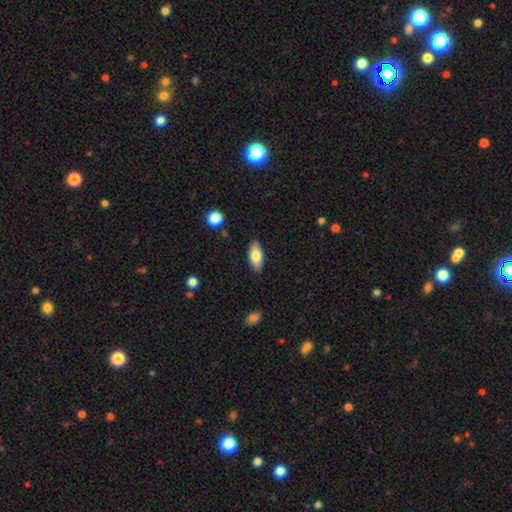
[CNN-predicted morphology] This appears to be a smooth galaxy with no disk features (78%) that is in between round and cigar-shaped (84%). Merging: none (85%).